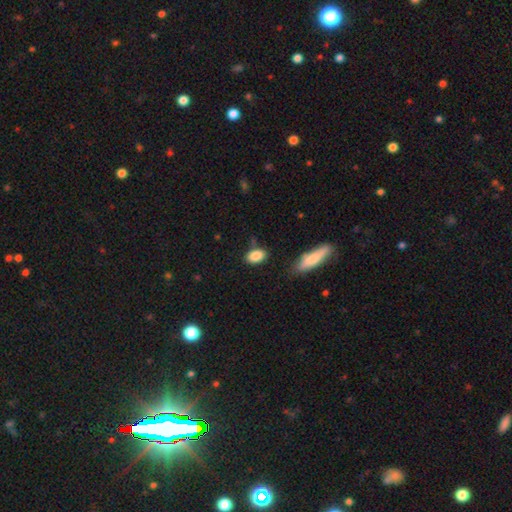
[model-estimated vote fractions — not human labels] smooth 87%, star or artifact 8%, featured or disk 6%. Down the decision tree: how rounded — in between (86%); merging — none (76%).